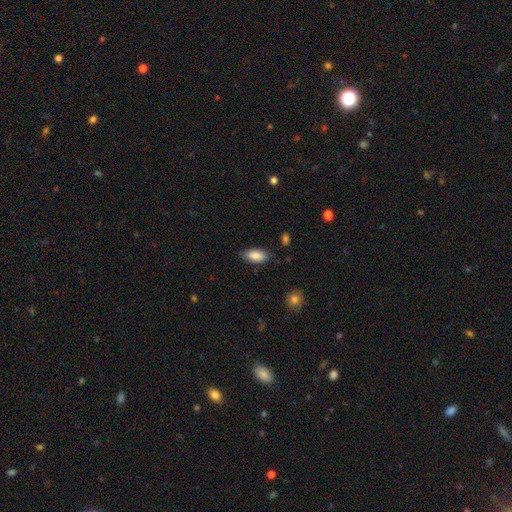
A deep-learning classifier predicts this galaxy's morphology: Q: Smooth or featured?
A: smooth (87%); runner-up: featured or disk (7%)
Q: How rounded?
A: in between (91%); runner-up: cigar-shaped (7%)
Q: Merging?
A: none (81%); runner-up: minor disturbance (15%)